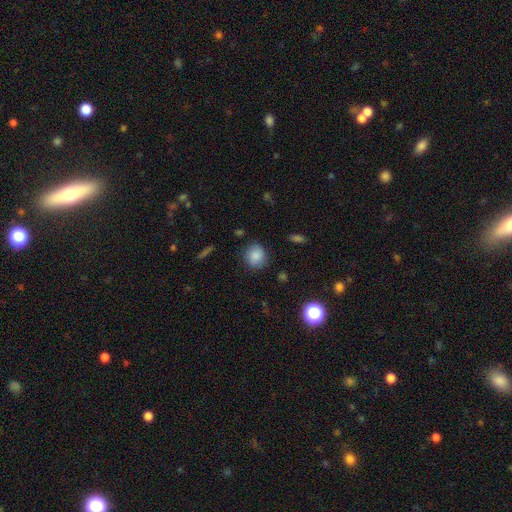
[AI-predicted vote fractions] smooth_or_featured: smooth (p=0.84) [alt: star or artifact p=0.10]
how_rounded: round (p=0.82) [alt: in between p=0.17]
merging: none (p=0.85) [alt: minor disturbance p=0.11]